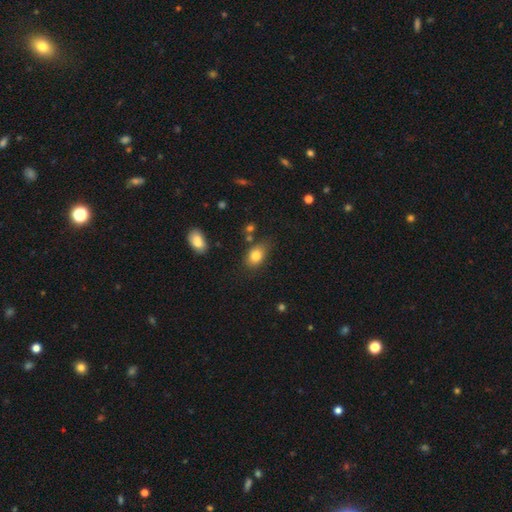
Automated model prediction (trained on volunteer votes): Morphology: type=smooth (82%); roundness=in between (78%); merging=none (68%).